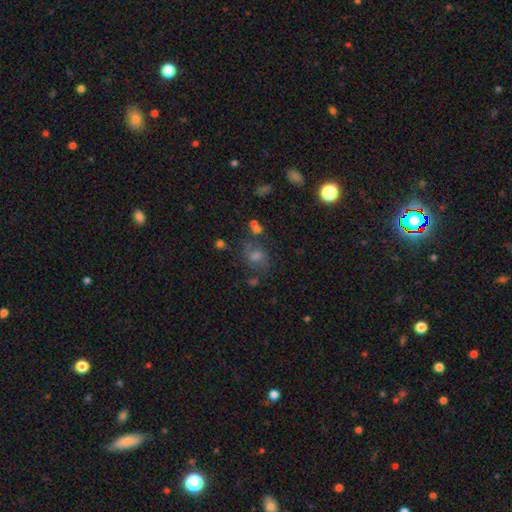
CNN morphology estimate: featured or disk 37%, smooth 32%, star or artifact 31%. Down the decision tree: merging — none (68%).